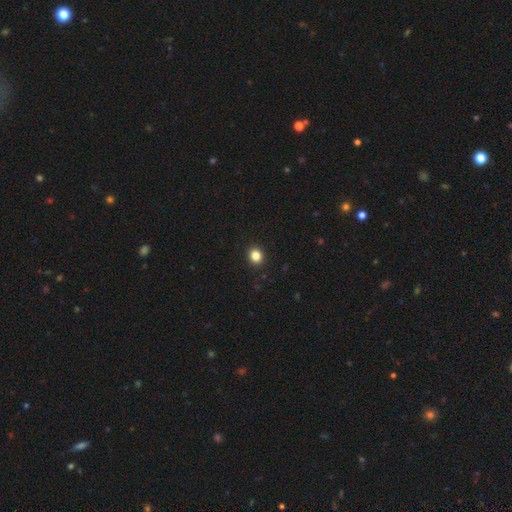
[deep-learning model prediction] smooth 84%, star or artifact 12%, featured or disk 4%. Down the decision tree: how rounded — round (79%); merging — none (93%).